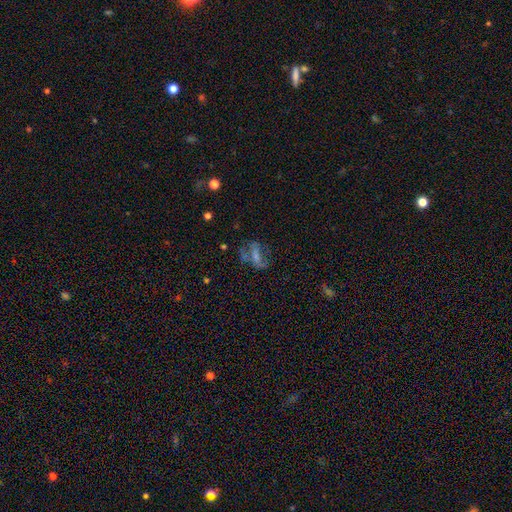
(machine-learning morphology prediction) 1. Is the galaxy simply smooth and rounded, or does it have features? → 51% featured or disk, 25% smooth, 24% star or artifact.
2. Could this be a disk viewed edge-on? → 91% no, 9% yes.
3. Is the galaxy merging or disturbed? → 50% none, 25% major disturbance, 19% minor disturbance, 5% merger.